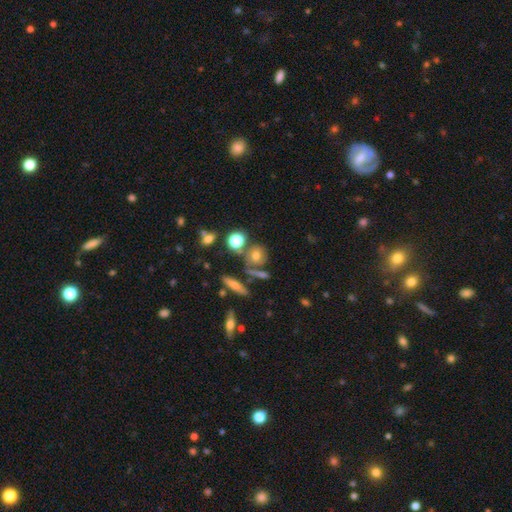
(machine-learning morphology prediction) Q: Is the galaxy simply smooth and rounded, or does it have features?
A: smooth — 58%.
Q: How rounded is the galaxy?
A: round — 75%.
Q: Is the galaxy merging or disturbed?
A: none — 60%.